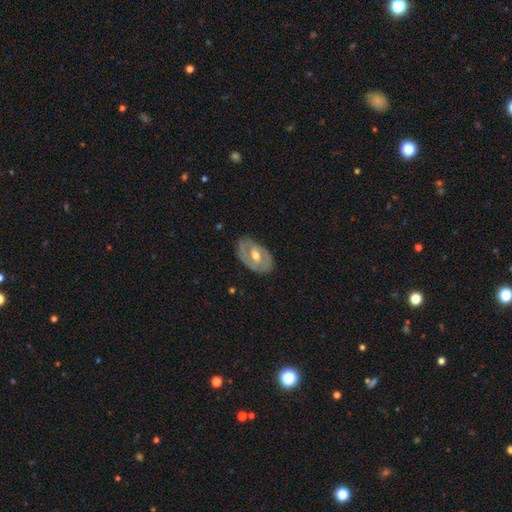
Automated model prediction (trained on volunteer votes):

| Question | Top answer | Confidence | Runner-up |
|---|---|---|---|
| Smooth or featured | featured or disk | 77% | smooth (18%) |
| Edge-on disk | no | 95% | yes (5%) |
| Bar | weak | 49% | no (31%) |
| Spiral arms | yes | 75% | no (25%) |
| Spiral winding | tight | 51% | medium (37%) |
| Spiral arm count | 2 | 71% | can't tell (18%) |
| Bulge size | moderate | 74% | small (18%) |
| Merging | none | 77% | minor disturbance (17%) |